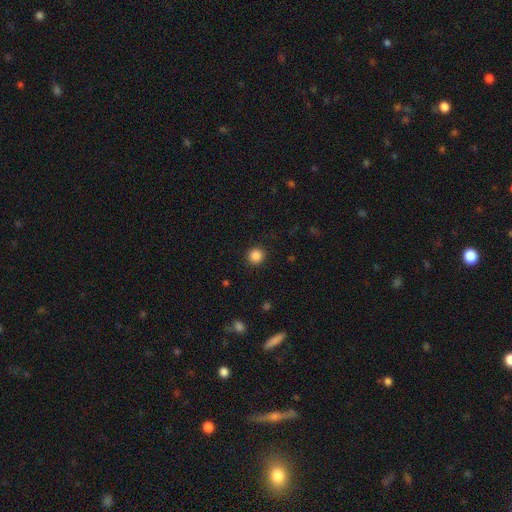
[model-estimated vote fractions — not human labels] Morphology: type=smooth (87%); roundness=round (94%); merging=none (92%).